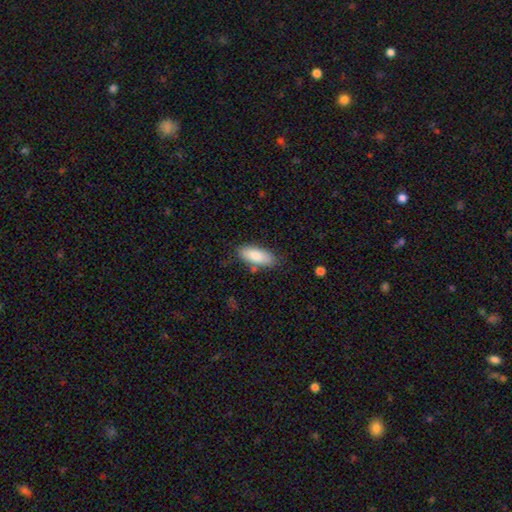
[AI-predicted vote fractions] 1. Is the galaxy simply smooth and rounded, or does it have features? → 84% smooth, 10% featured or disk, 6% star or artifact.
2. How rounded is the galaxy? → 78% in between, 20% cigar-shaped, 2% round.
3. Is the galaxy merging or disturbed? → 79% none, 15% minor disturbance, 4% merger, 3% major disturbance.